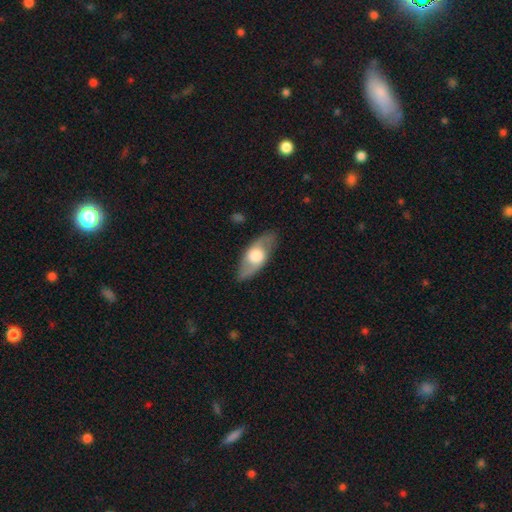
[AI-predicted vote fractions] Smooth or featured?
  - featured or disk: 53% *
  - smooth: 42%
  - star or artifact: 5%
Edge-on disk?
  - no: 66% *
  - yes: 34%
Merging?
  - none: 85% *
  - minor disturbance: 11%
  - major disturbance: 3%
  - merger: 1%